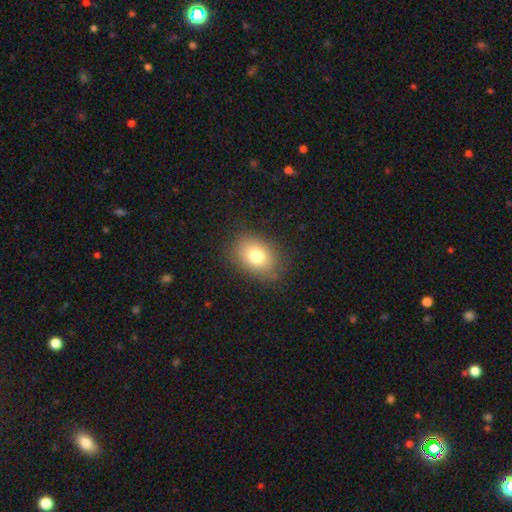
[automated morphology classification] The model was most divided on "how rounded": in between: 72%, round: 27%, cigar-shaped: 1%. More confident: merging — none (83%); smooth or featured — smooth (77%).